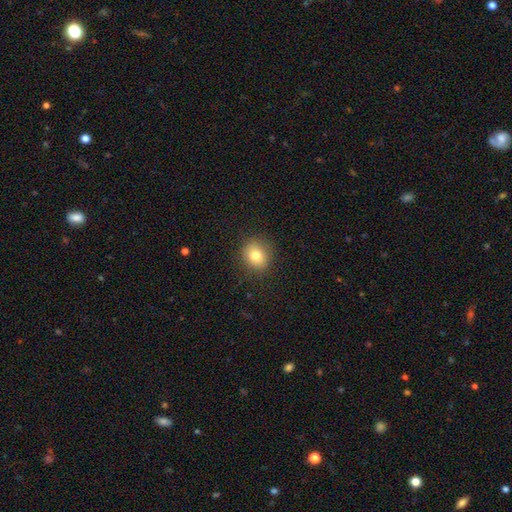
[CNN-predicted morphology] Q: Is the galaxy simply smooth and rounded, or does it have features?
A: smooth — 79%.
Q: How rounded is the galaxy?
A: round — 79%.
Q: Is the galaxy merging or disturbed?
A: none — 88%.